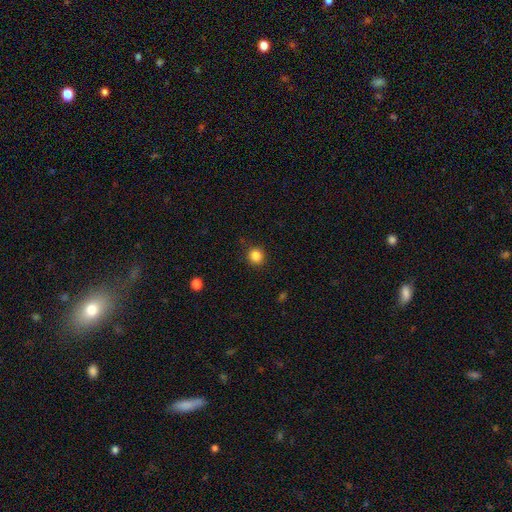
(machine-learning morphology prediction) The model was most divided on "smooth or featured": smooth: 85%, star or artifact: 12%, featured or disk: 4%. More confident: how rounded — round (91%); merging — none (90%).